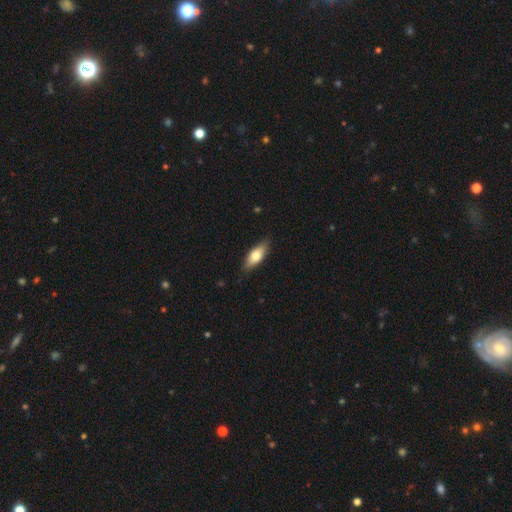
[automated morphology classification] type=smooth (69%); roundness=in between (72%); merging=none (84%).